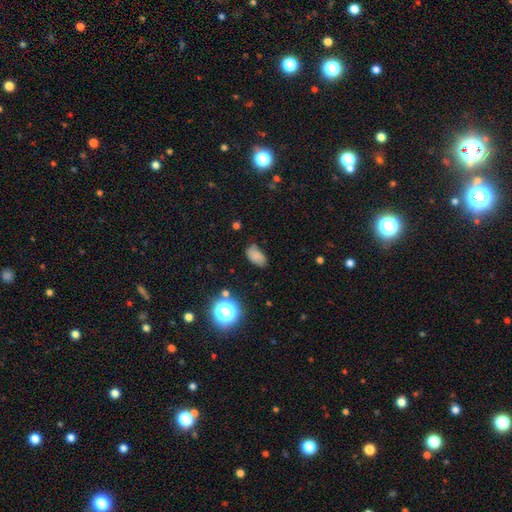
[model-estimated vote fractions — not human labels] This is likely a smooth galaxy (74%). How rounded: clearly in between (89%). Merging: likely none (60%).